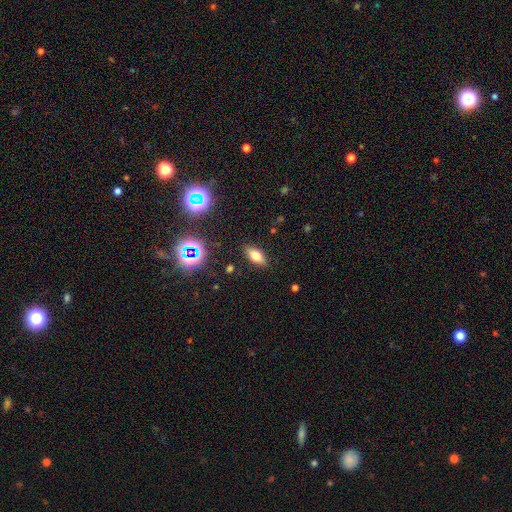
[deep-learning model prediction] Smooth or featured?
  - smooth: 67% *
  - featured or disk: 18%
  - star or artifact: 15%
How rounded?
  - in between: 81% *
  - cigar-shaped: 14%
  - round: 5%
Merging?
  - none: 86% *
  - minor disturbance: 9%
  - major disturbance: 3%
  - merger: 2%